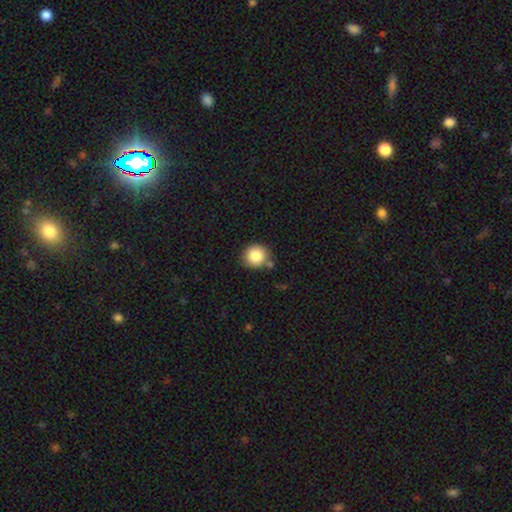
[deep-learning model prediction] Smooth or featured? smooth (84%)
How rounded? round (87%)
Merging? none (77%)